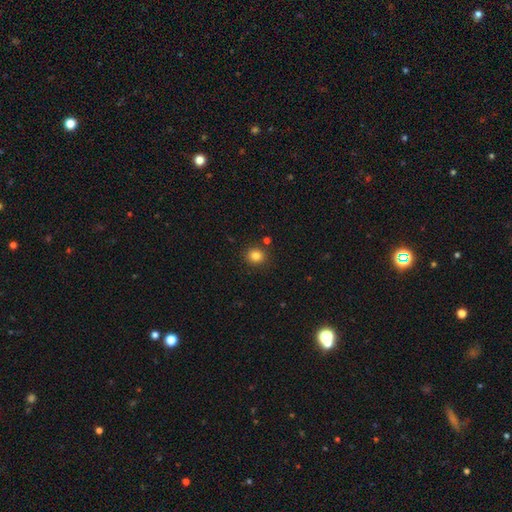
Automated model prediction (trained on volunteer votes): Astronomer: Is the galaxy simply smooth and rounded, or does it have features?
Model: smooth — 83%.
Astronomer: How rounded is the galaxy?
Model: round — 82%.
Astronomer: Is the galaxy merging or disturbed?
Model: none — 87%.